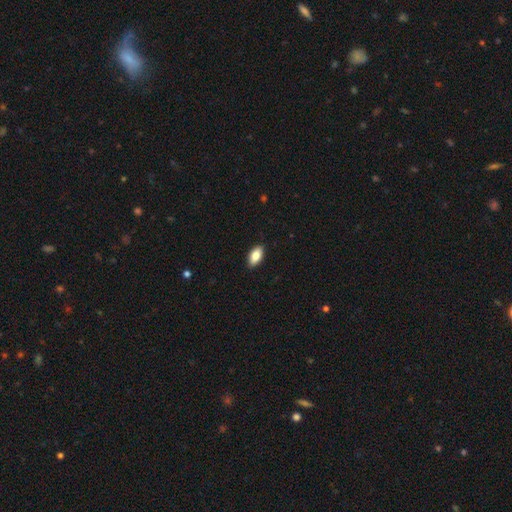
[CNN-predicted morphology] This appears to be a smooth galaxy with no disk features (84%) that is in between round and cigar-shaped (93%). Merging: none (90%).